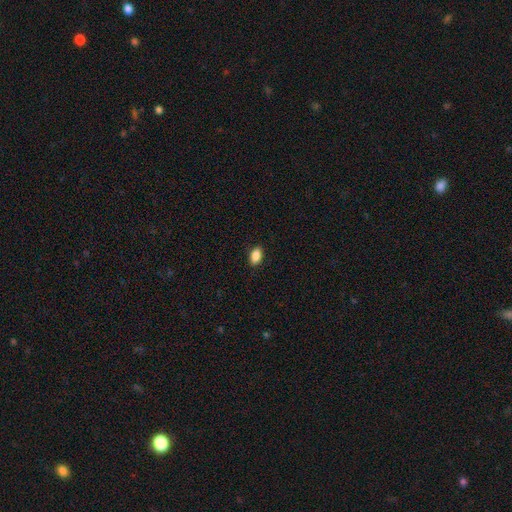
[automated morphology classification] type=smooth (87%); roundness=in between (91%); merging=none (89%).